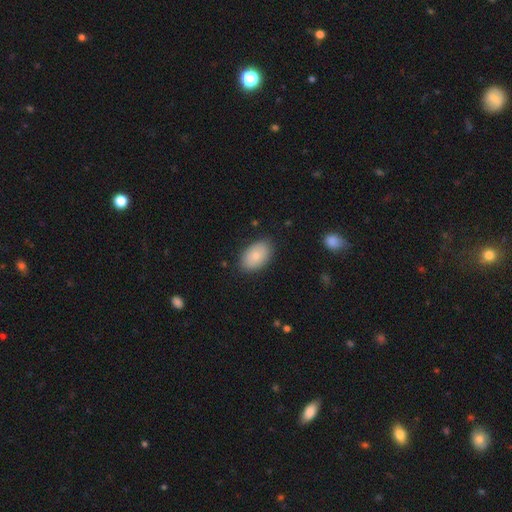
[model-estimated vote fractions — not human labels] The model was most divided on "smooth or featured": smooth: 80%, featured or disk: 13%, star or artifact: 7%. More confident: how rounded — in between (92%); merging — none (85%).